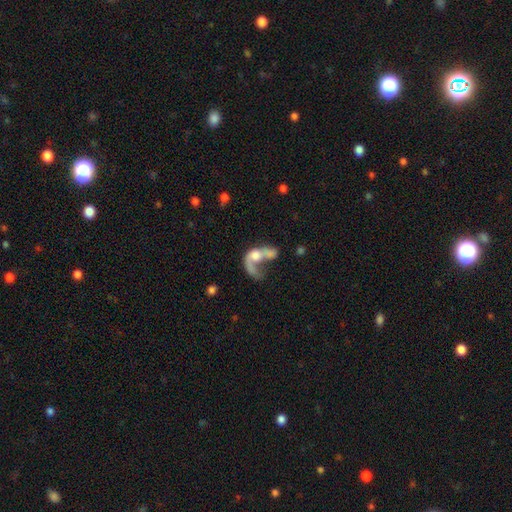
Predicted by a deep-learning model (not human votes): Smooth or featured?
  - featured or disk: 56% *
  - smooth: 35%
  - star or artifact: 9%
Edge-on disk?
  - no: 96% *
  - yes: 4%
Bar?
  - no: 77% *
  - weak: 18%
  - strong: 5%
Spiral arms?
  - yes: 53% *
  - no: 47%
Bulge size?
  - moderate: 42% *
  - large: 21%
  - small: 17%
  - none: 16%
  - dominant: 4%
Merging?
  - merger: 43% *
  - major disturbance: 37%
  - none: 13%
  - minor disturbance: 7%